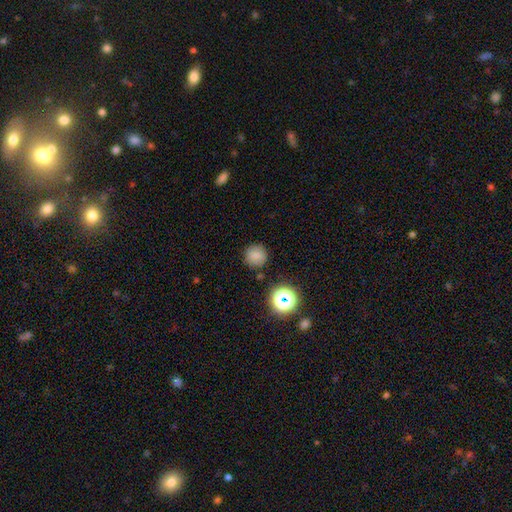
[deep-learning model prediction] smooth-or-featured: smooth: 77% | star or artifact: 15% | featured or disk: 7%
  how-rounded: round: 93% | in between: 6% | cigar-shaped: 1%
  merging: none: 86% | minor disturbance: 8% | merger: 3% | major disturbance: 3%